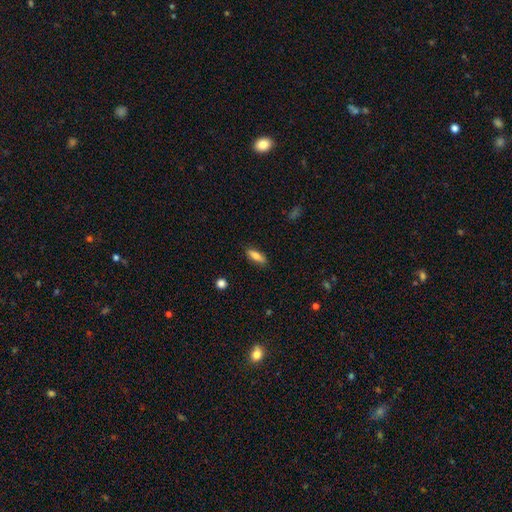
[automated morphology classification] A smooth galaxy with no disk features (73%) that is in between round and cigar-shaped (57%). Merging: none (86%).